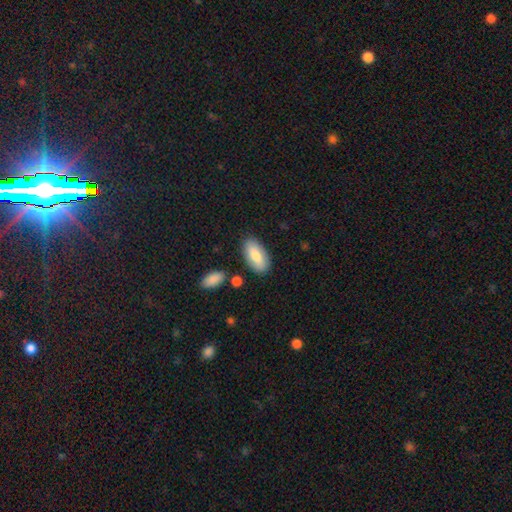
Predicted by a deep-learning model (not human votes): Smooth or featured: smooth — 78% (featured or disk — 16%)
How rounded: in between — 89% (cigar-shaped — 9%)
Merging: none — 81% (minor disturbance — 12%)